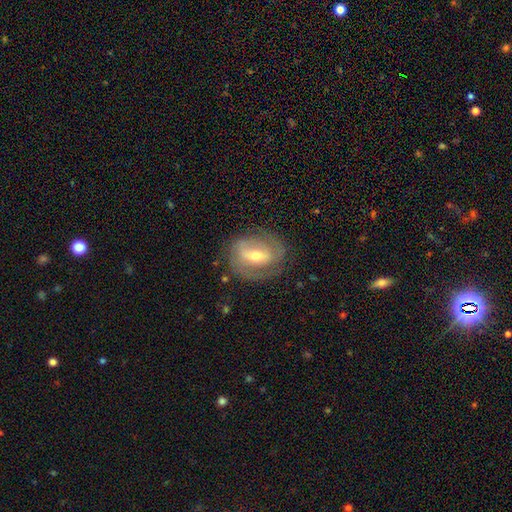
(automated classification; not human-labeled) Smooth or featured? featured or disk (72%)
Edge-on disk? no (94%)
Bar? strong (43%)
Spiral arms? yes (76%)
Spiral winding? tight (45%)
Spiral arm count? 2 (66%)
Bulge size? moderate (61%)
Merging? none (72%)